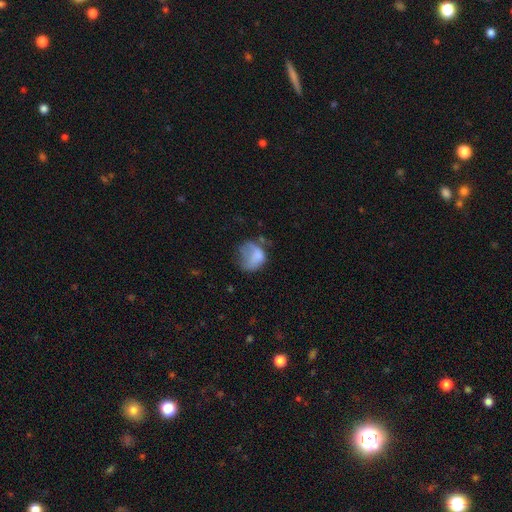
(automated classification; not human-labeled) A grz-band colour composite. It shows a smooth galaxy with no disk features (66%) that is round (51%). Merging: major disturbance (40%).